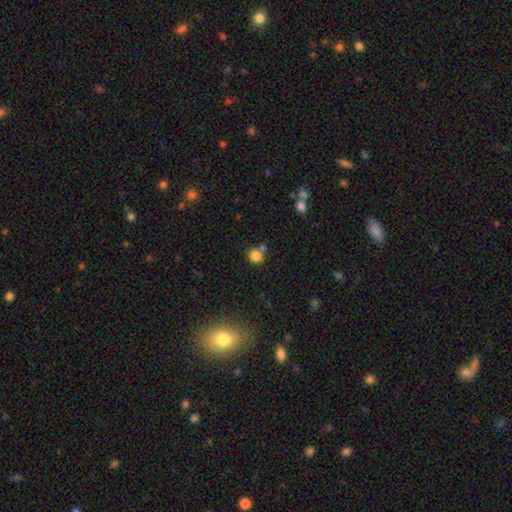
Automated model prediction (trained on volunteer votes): Smooth or featured? smooth (82%)
How rounded? round (85%)
Merging? none (62%)